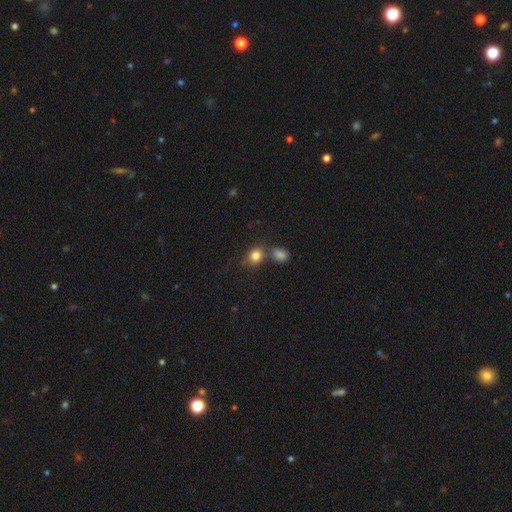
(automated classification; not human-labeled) The model was most divided on "how rounded": round: 64%, in between: 35%, cigar-shaped: 1%. More confident: smooth or featured — smooth (82%); merging — none (59%).